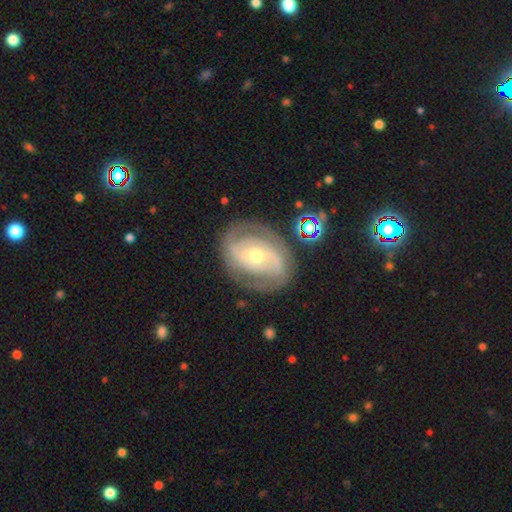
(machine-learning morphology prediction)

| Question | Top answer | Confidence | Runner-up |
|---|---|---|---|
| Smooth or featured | featured or disk | 82% | smooth (12%) |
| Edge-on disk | no | 96% | yes (4%) |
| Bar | no | 44% | weak (35%) |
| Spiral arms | yes | 89% | no (11%) |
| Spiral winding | tight | 49% | medium (38%) |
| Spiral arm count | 2 | 70% | can't tell (15%) |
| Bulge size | moderate | 54% | small (41%) |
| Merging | none | 75% | minor disturbance (15%) |